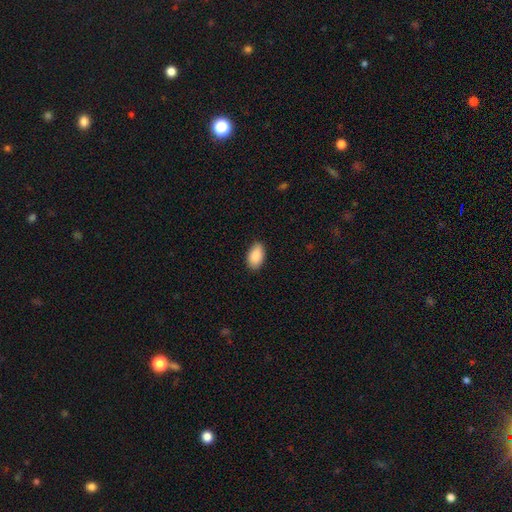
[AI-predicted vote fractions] Morphology: type=smooth (91%); roundness=in between (94%); merging=none (86%).